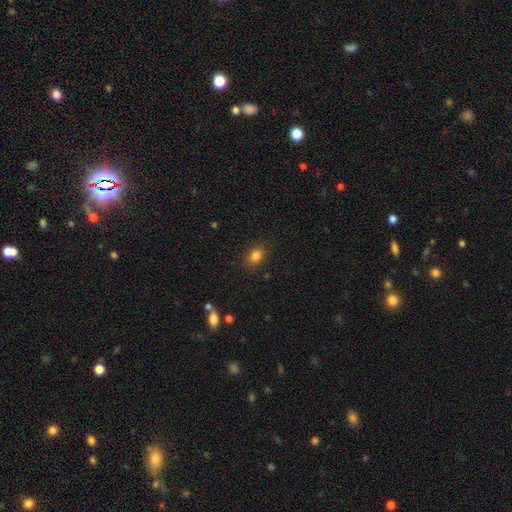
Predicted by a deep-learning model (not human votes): This appears to be a smooth galaxy with no disk features (83%) that is in between round and cigar-shaped (55%). Merging: none (86%).